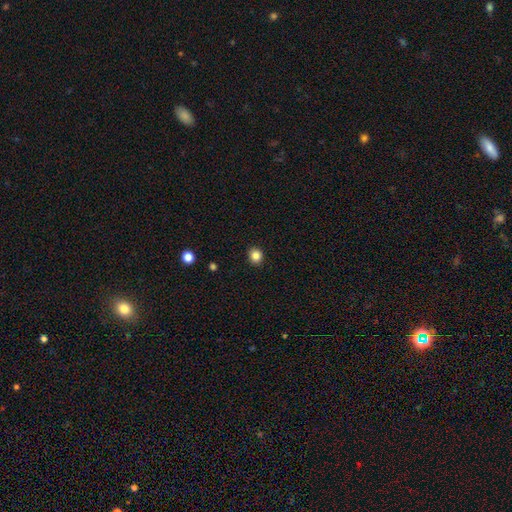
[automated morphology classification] The model was most divided on "how rounded": round: 79%, in between: 20%, cigar-shaped: 1%. More confident: merging — none (92%); smooth or featured — smooth (85%).